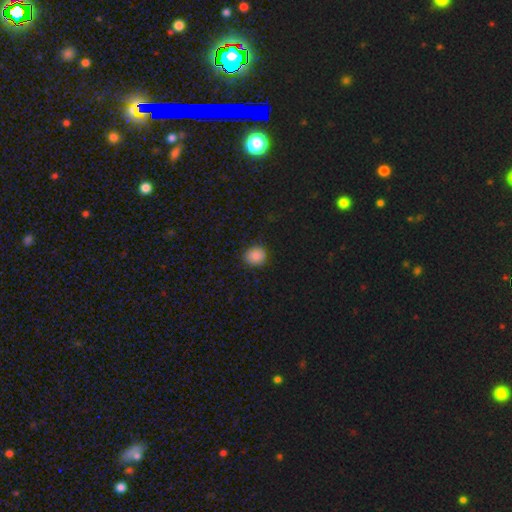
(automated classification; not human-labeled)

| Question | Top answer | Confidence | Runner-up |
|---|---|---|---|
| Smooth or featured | smooth | 87% | star or artifact (9%) |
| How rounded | round | 80% | in between (19%) |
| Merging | none | 87% | minor disturbance (10%) |